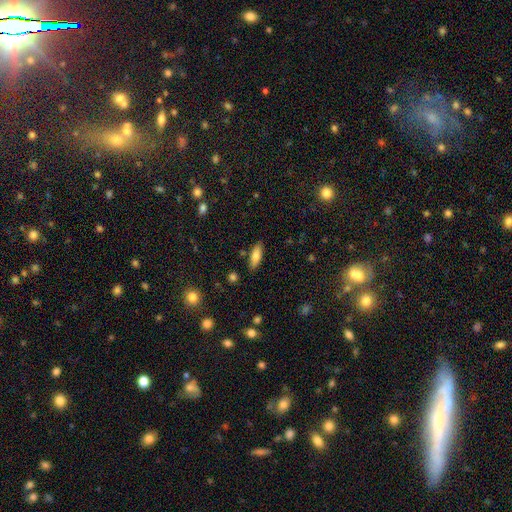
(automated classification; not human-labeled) smooth-or-featured: smooth: 77% | featured or disk: 16% | star or artifact: 7%
  how-rounded: in between: 67% | cigar-shaped: 31% | round: 2%
  merging: none: 84% | minor disturbance: 11% | merger: 2% | major disturbance: 2%